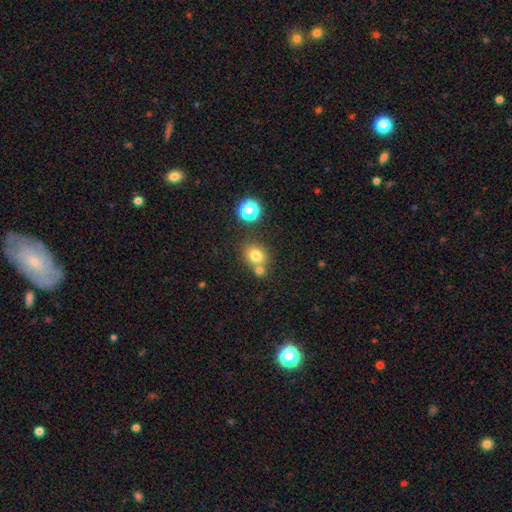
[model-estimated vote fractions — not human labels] smooth 77%, star or artifact 14%, featured or disk 9%. Down the decision tree: how rounded — round (74%); merging — none (57%).